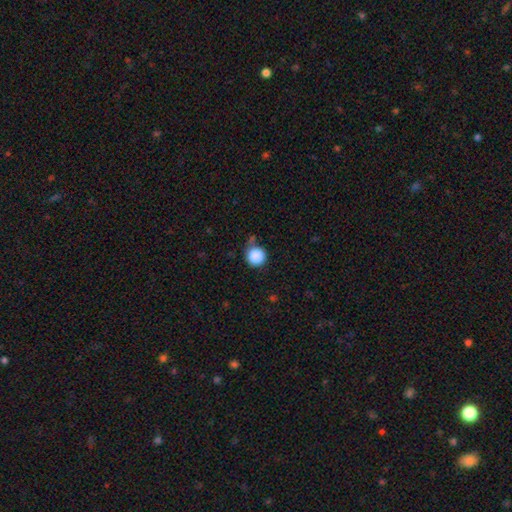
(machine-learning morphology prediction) smooth-or-featured: smooth: 87% | star or artifact: 10% | featured or disk: 4%
  how-rounded: round: 94% | in between: 5% | cigar-shaped: 1%
  merging: none: 71% | minor disturbance: 20% | major disturbance: 5% | merger: 5%